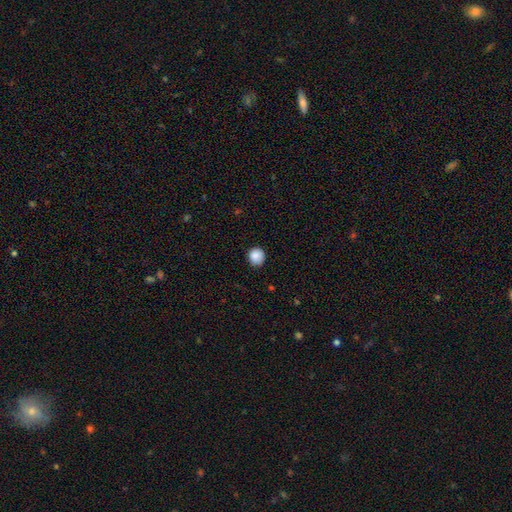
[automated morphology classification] type=smooth (87%); roundness=round (90%); merging=none (84%).